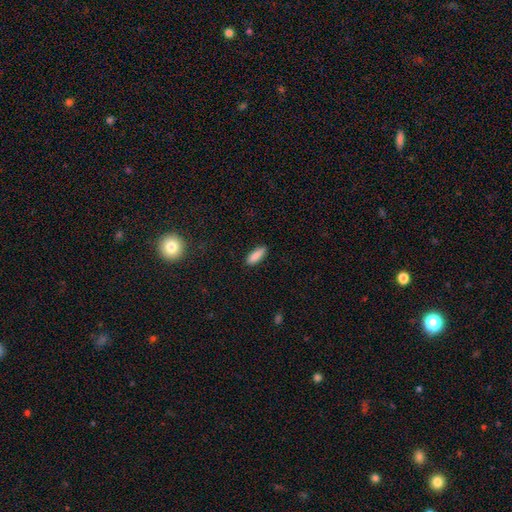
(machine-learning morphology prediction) The model was most divided on "how rounded": in between: 62%, cigar-shaped: 37%, round: 2%. More confident: smooth or featured — smooth (89%); merging — none (87%).